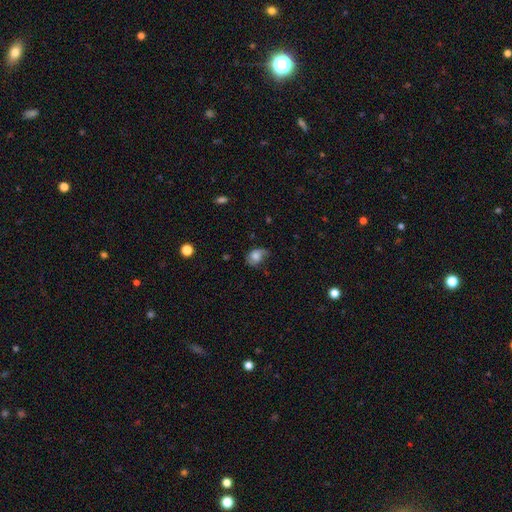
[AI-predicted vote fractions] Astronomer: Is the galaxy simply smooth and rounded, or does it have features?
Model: smooth — 64%.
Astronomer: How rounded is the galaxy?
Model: in between — 68%.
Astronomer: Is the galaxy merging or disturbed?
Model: none — 42% (runner-up: minor disturbance, 37%).